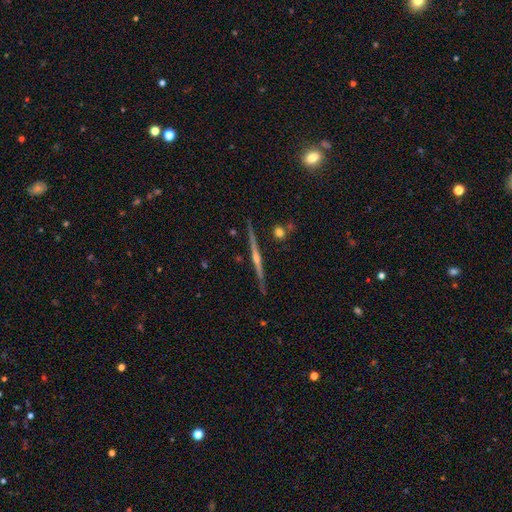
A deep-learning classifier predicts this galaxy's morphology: A featured or disk galaxy (85%) viewed edge-on (99%) with a rounded central bulge (84%).

Vote fractions:
- Smooth or featured? featured or disk: 85% / smooth: 9% / star or artifact: 6%
- Edge-on disk? yes: 99% / no: 1%
- Edge-on bulge? rounded: 84% / none: 10% / boxy: 6%
- Merging? none: 91% / minor disturbance: 6% / merger: 2% / major disturbance: 1%